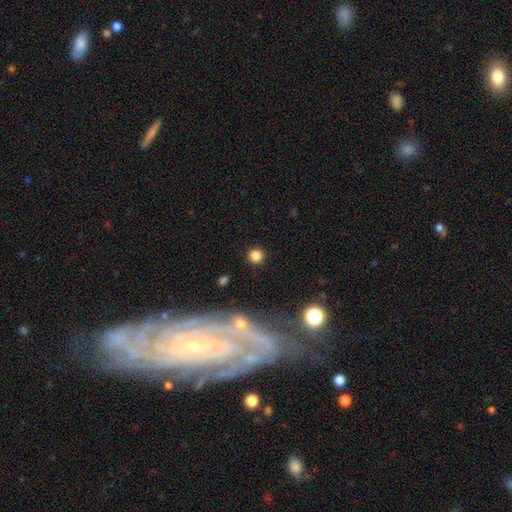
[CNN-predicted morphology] Smooth or featured? Predicted: smooth (p=0.82). How rounded? Predicted: round (p=0.94). Merging? Predicted: none (p=0.91).